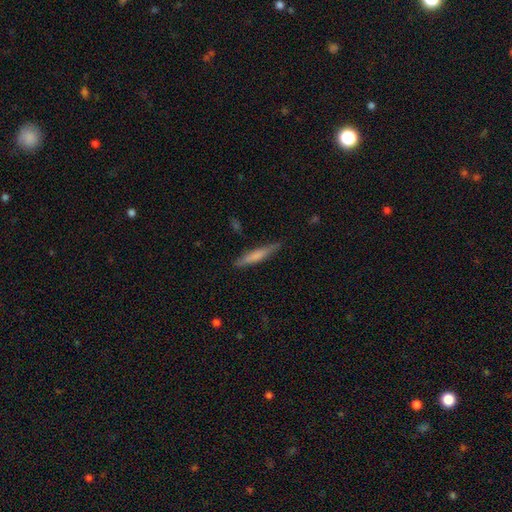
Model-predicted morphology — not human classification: type=smooth (66%); roundness=cigar-shaped (92%); merging=none (85%).